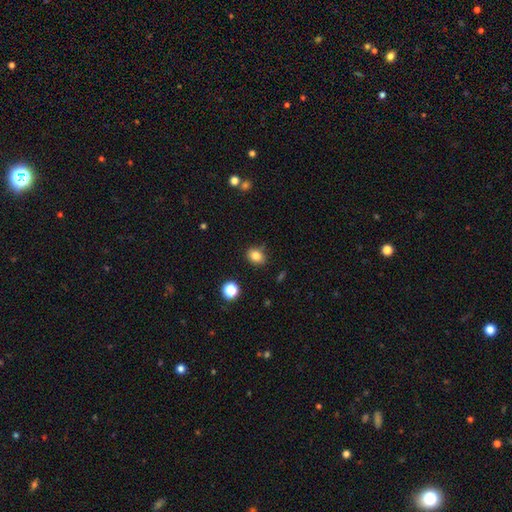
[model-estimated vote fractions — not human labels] Smooth or featured? smooth (83%)
How rounded? in between (61%)
Merging? none (81%)